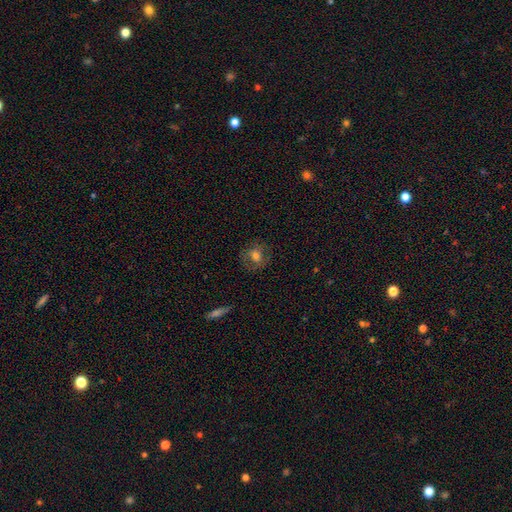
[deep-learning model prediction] Q: Smooth or featured?
A: smooth (63%); runner-up: featured or disk (26%)
Q: How rounded?
A: round (76%); runner-up: in between (22%)
Q: Merging?
A: none (78%); runner-up: minor disturbance (14%)